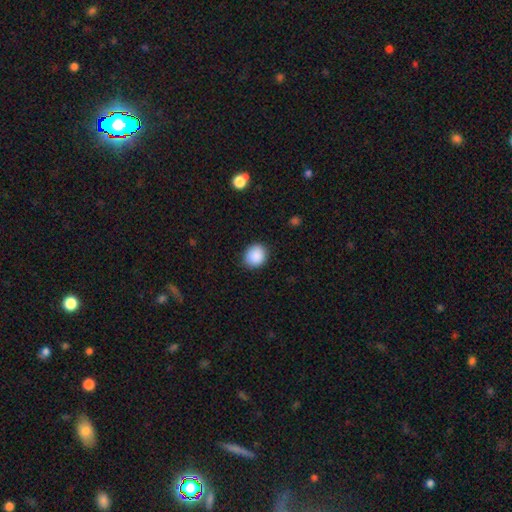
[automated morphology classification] A smooth galaxy with no disk features (89%) that is round (66%).

Vote fractions:
- Smooth or featured? smooth: 89% / star or artifact: 8% / featured or disk: 3%
- How rounded? round: 66% / in between: 33% / cigar-shaped: 1%
- Merging? none: 87% / minor disturbance: 10% / major disturbance: 2% / merger: 1%